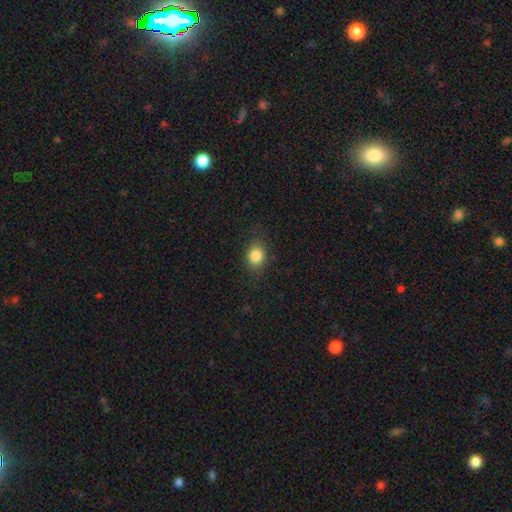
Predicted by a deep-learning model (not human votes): Smooth or featured? smooth (83%)
How rounded? round (51%)
Merging? none (80%)